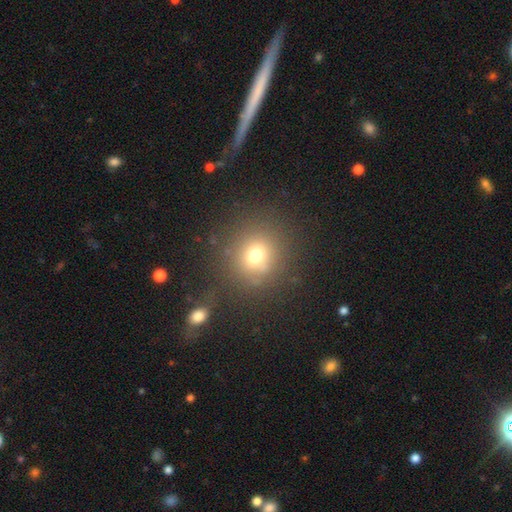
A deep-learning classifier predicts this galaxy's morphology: Overall: smooth (72%). How rounded: round (87%). Merging: none (80%).